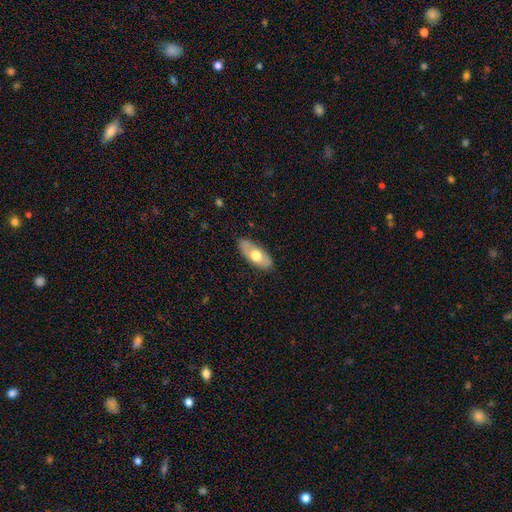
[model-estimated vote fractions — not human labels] The model was most divided on "smooth or featured": smooth: 56%, featured or disk: 39%, star or artifact: 5%. More confident: how rounded — in between (86%); merging — none (82%).